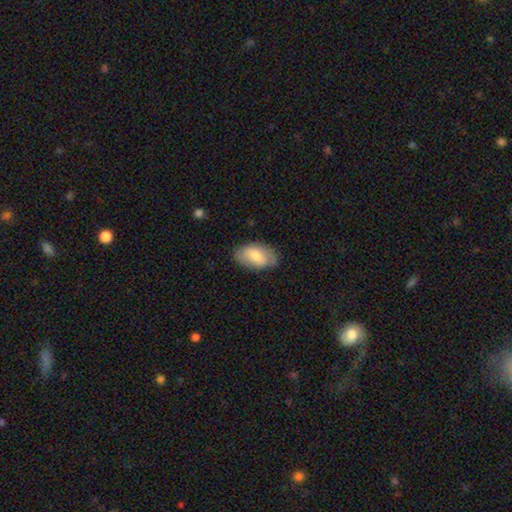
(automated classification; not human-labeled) smooth-or-featured: smooth: 72% | featured or disk: 22% | star or artifact: 6%
  how-rounded: in between: 93% | round: 5% | cigar-shaped: 2%
  merging: none: 70% | minor disturbance: 23% | major disturbance: 6% | merger: 1%